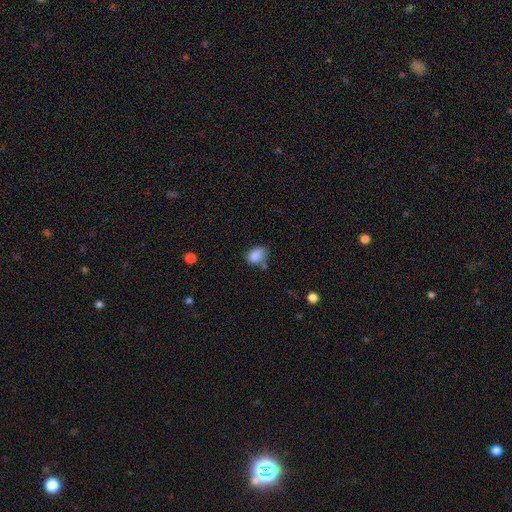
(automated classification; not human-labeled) Overall: smooth (85%). How rounded: in between (72%). Merging: none (54%; minor disturbance 29%).